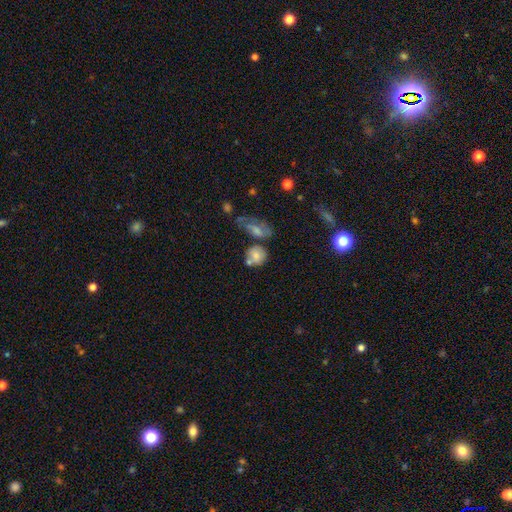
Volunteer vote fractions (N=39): Smooth or featured: smooth — 77% (featured or disk — 21%)
How rounded: round — 77% (in between — 17%)
Merging: none — 66% (major disturbance — 13%)